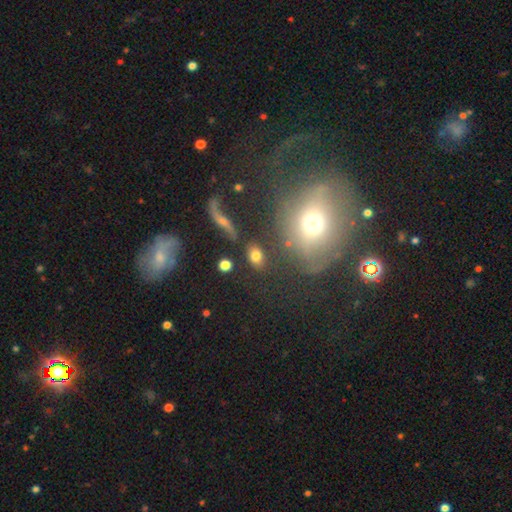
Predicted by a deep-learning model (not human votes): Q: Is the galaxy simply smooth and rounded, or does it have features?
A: smooth — 76%.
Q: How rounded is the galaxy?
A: in between — 76%.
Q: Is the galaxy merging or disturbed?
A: none — 77%.